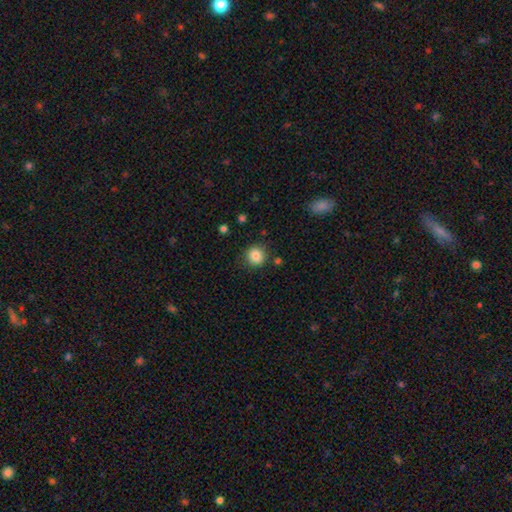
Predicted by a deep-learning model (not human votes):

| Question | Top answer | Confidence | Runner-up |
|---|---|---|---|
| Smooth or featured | smooth | 85% | star or artifact (10%) |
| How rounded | round | 92% | in between (7%) |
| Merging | none | 86% | minor disturbance (9%) |